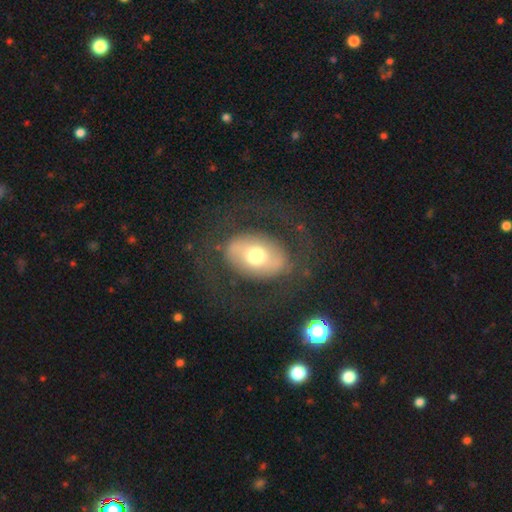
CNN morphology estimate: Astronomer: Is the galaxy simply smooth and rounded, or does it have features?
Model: smooth — 50% (runner-up: featured or disk, 42%).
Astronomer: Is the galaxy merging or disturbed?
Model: none — 71%.